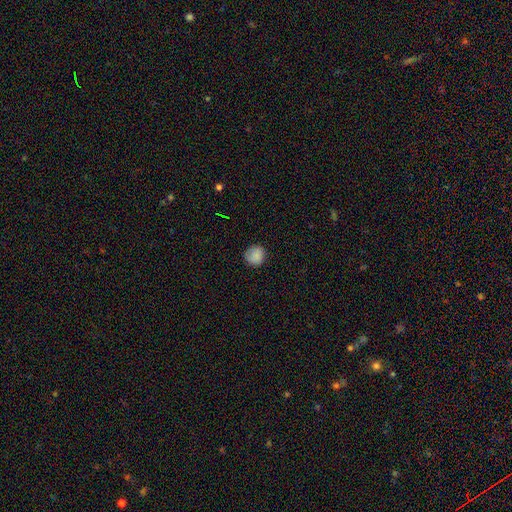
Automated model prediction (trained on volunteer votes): Smooth or featured? smooth (86%)
How rounded? round (91%)
Merging? none (84%)